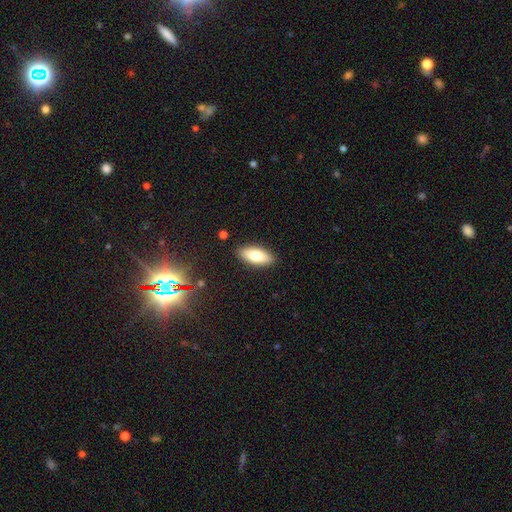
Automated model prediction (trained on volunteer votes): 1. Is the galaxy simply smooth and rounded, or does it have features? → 76% smooth, 17% featured or disk, 7% star or artifact.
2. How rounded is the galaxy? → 83% in between, 15% cigar-shaped, 2% round.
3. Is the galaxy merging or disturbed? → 89% none, 8% minor disturbance, 2% major disturbance, 1% merger.